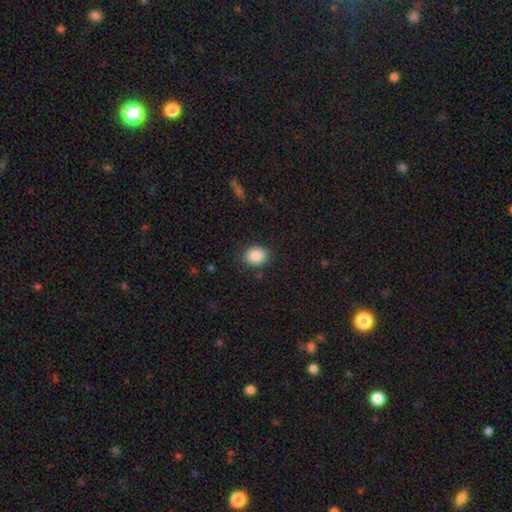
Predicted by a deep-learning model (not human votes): Morphology: type=smooth (88%); roundness=round (67%); merging=none (86%).